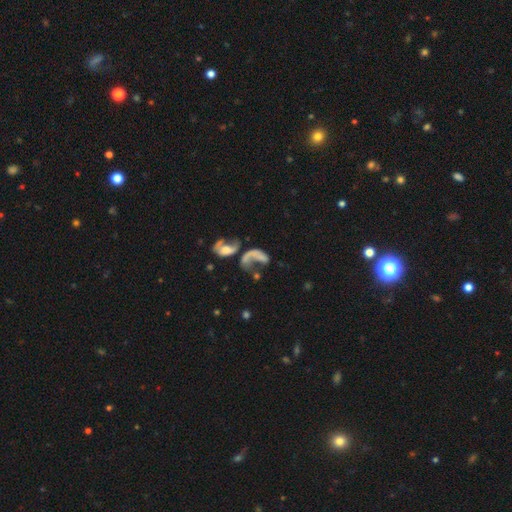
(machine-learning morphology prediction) This is possibly a featured or disk galaxy (52%). It is clearly not viewed edge-on (95%). Merging: marginally major disturbance (41%).